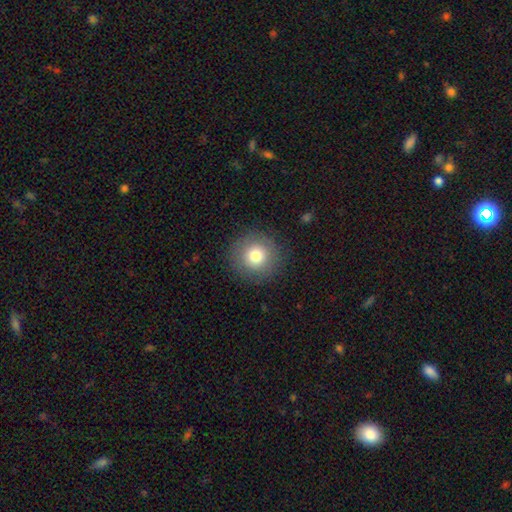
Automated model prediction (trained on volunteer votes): Morphology: type=smooth (77%); roundness=round (96%); merging=none (89%).